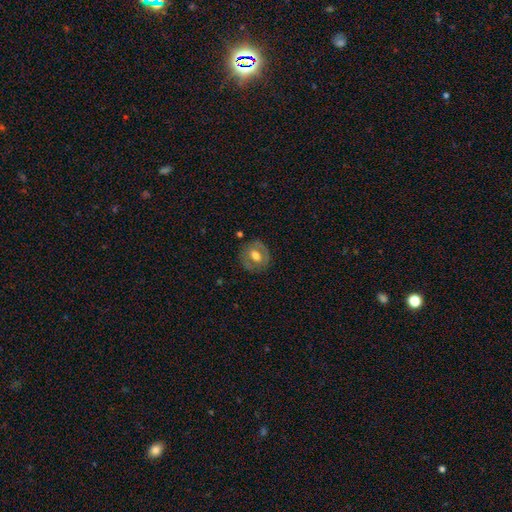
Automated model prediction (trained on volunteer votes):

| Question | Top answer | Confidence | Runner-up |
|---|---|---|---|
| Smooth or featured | smooth | 49% | featured or disk (44%) |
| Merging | none | 80% | minor disturbance (14%) |